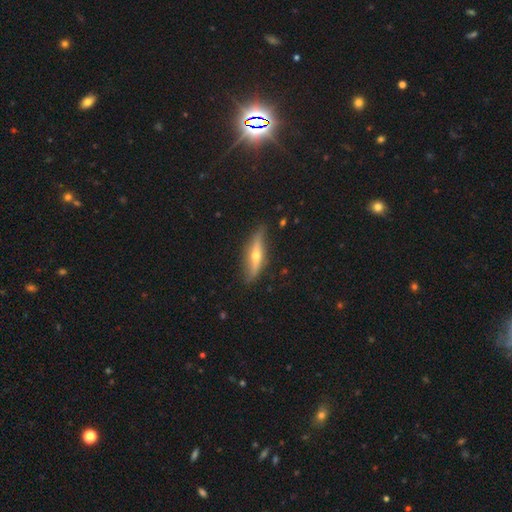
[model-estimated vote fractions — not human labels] smooth_or_featured: featured or disk (p=0.65) [alt: smooth p=0.29]
disk_edge_on: yes (p=0.82) [alt: no p=0.18]
edge_on_bulge: rounded (p=0.92) [alt: none p=0.05]
merging: none (p=0.79) [alt: minor disturbance p=0.16]